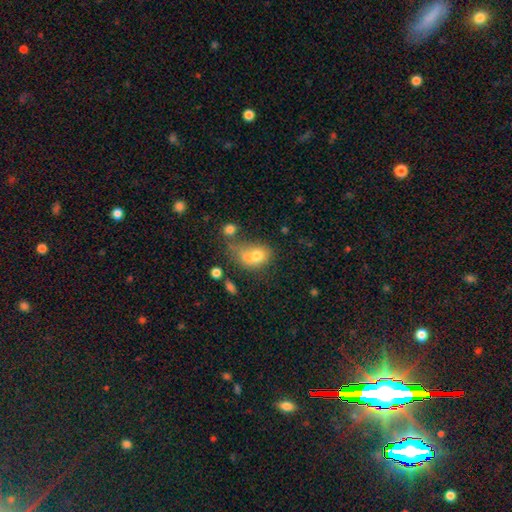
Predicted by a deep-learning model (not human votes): smooth-or-featured: smooth: 73% | featured or disk: 16% | star or artifact: 11%
  how-rounded: in between: 59% | round: 40% | cigar-shaped: 1%
  merging: merger: 37% | none: 29% | minor disturbance: 19% | major disturbance: 16%